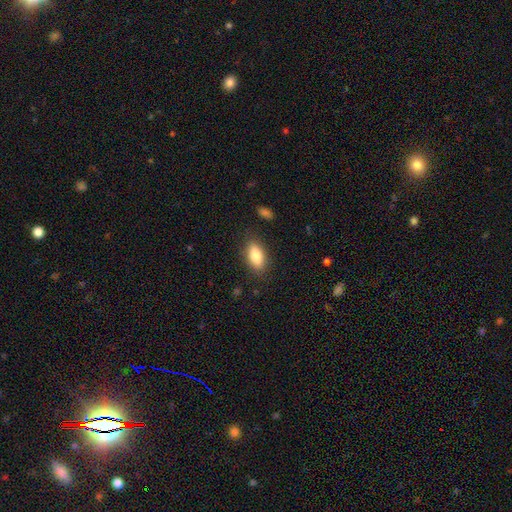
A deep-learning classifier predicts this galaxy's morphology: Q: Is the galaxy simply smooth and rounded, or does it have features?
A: smooth — 82%.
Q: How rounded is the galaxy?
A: in between — 82%.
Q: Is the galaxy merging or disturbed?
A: none — 84%.